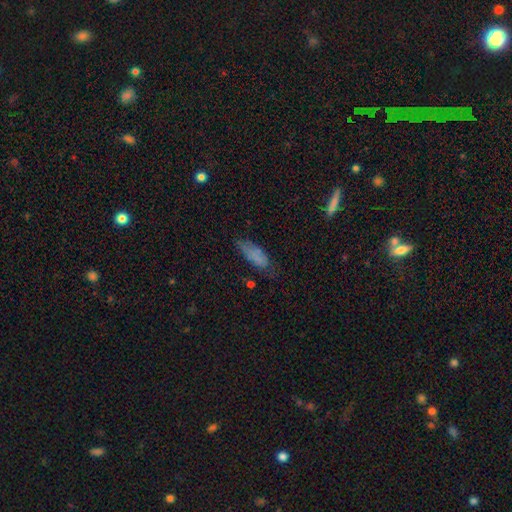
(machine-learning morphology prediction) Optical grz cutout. It shows a smooth galaxy with no disk features (71%) that is in between round and cigar-shaped (65%). Merging: none (56%).